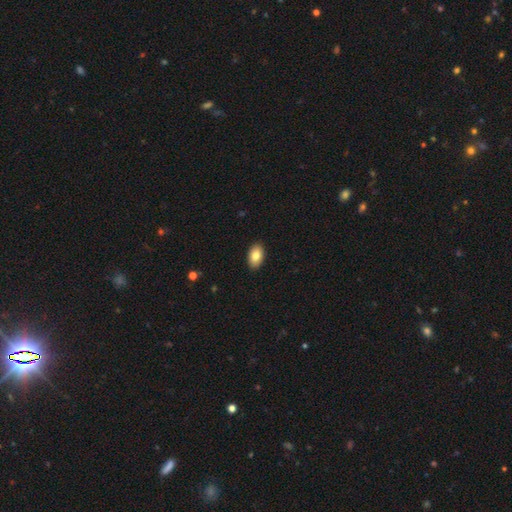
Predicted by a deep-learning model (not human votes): Smooth or featured: smooth — 81% (featured or disk — 11%)
How rounded: in between — 93% (round — 6%)
Merging: none — 91% (minor disturbance — 7%)